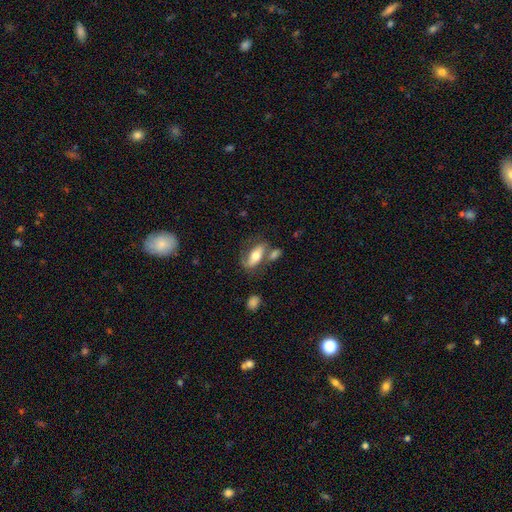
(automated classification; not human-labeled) Morphology: type=smooth (49%); merging=none (52%).